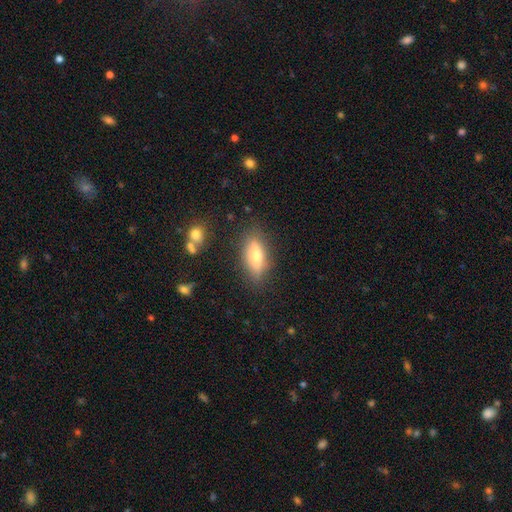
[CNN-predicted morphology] Smooth or featured? Predicted: smooth (p=0.52). How rounded? Predicted: in between (p=0.54). Merging? Predicted: none (p=0.84).